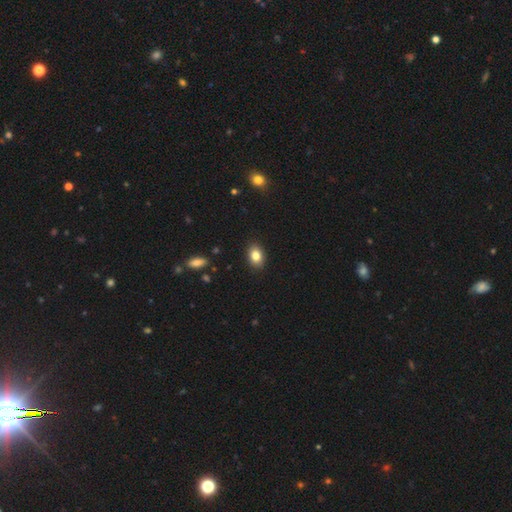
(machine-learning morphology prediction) smooth_or_featured: smooth (p=0.84) [alt: star or artifact p=0.09]
how_rounded: in between (p=0.82) [alt: round p=0.17]
merging: none (p=0.89) [alt: minor disturbance p=0.08]